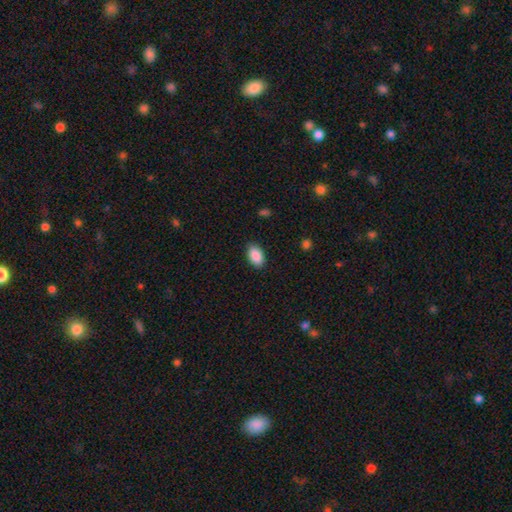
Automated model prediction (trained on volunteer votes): A smooth galaxy with no disk features (90%) that is in between round and cigar-shaped (93%).

Vote fractions:
- Smooth or featured? smooth: 90% / star or artifact: 7% / featured or disk: 3%
- How rounded? in between: 93% / round: 5% / cigar-shaped: 2%
- Merging? none: 87% / minor disturbance: 10% / major disturbance: 2% / merger: 1%